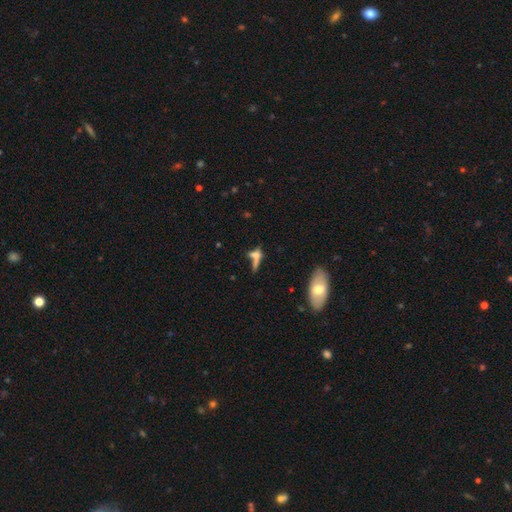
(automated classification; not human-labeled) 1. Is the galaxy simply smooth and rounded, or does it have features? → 56% smooth, 29% featured or disk, 15% star or artifact.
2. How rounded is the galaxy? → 42% in between, 39% cigar-shaped, 18% round.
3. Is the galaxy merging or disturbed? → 38% none, 35% merger, 14% minor disturbance, 13% major disturbance.